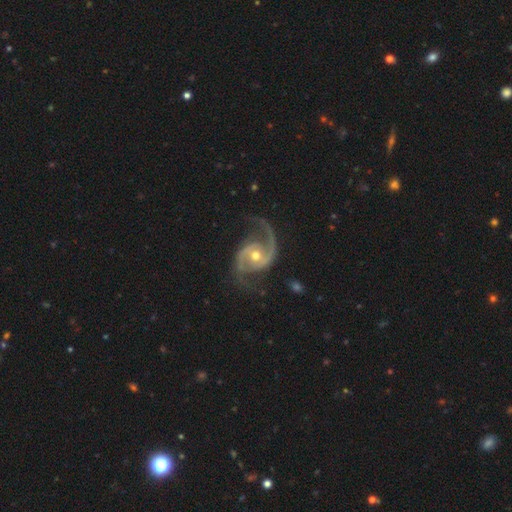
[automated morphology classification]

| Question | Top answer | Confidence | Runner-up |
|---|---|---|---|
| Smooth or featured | featured or disk | 93% | star or artifact (4%) |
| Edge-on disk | no | 98% | yes (2%) |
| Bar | no | 61% | weak (29%) |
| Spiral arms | yes | 98% | no (2%) |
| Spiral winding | medium | 56% | loose (28%) |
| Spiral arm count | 2 | 93% | 1 (2%) |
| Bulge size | moderate | 71% | small (24%) |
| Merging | none | 74% | minor disturbance (17%) |